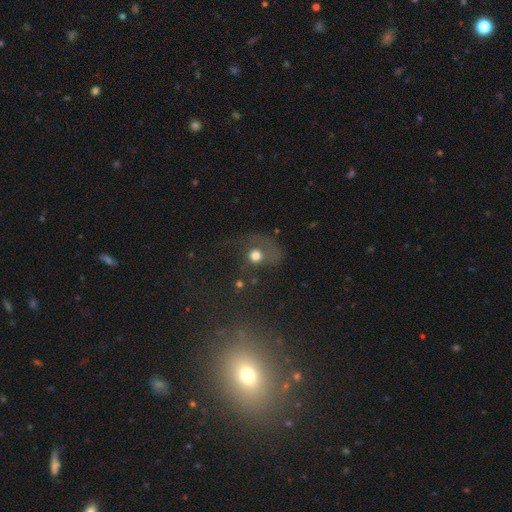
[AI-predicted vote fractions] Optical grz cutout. It shows a smooth galaxy with no disk features (55%) that is round (79%). Merging: major disturbance (40%).